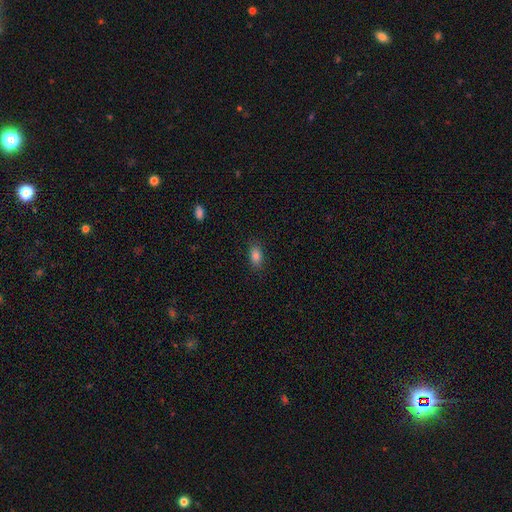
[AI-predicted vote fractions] smooth-or-featured: smooth: 83% | star or artifact: 10% | featured or disk: 8%
  how-rounded: in between: 87% | round: 9% | cigar-shaped: 4%
  merging: none: 85% | minor disturbance: 11% | major disturbance: 3% | merger: 1%